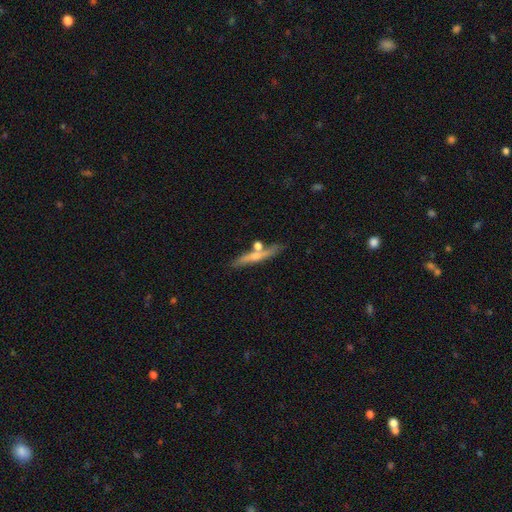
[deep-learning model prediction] Overall: featured or disk (52%; smooth 41%). Edge-on disk: yes (89%). Merging: none (71%).